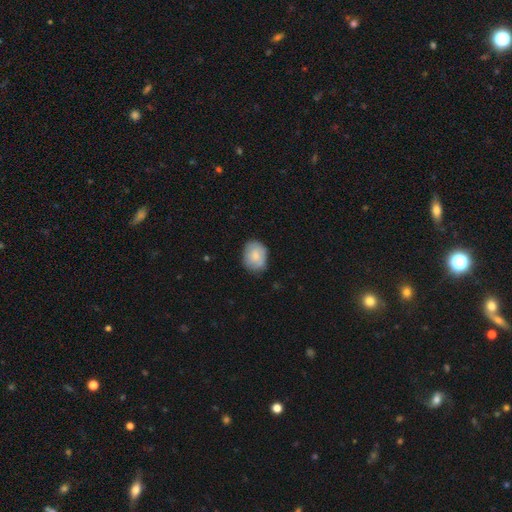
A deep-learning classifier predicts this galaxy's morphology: Smooth or featured? Predicted: smooth (p=0.77). How rounded? Predicted: in between (p=0.58). Merging? Predicted: none (p=0.70).